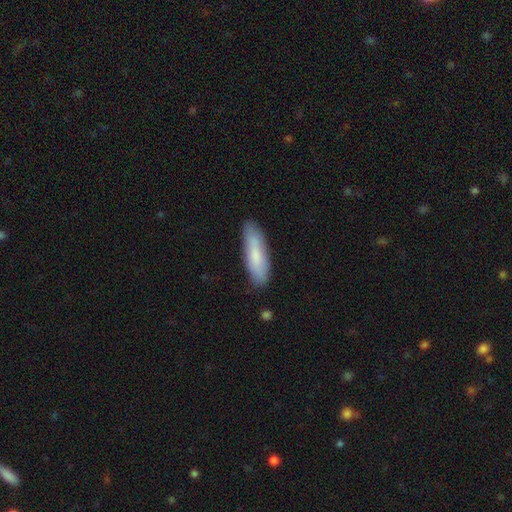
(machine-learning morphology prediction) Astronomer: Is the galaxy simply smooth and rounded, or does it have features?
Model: smooth — 77%.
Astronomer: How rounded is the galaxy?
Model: cigar-shaped — 62% (runner-up: in between, 37%).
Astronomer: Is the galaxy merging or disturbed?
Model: none — 82%.